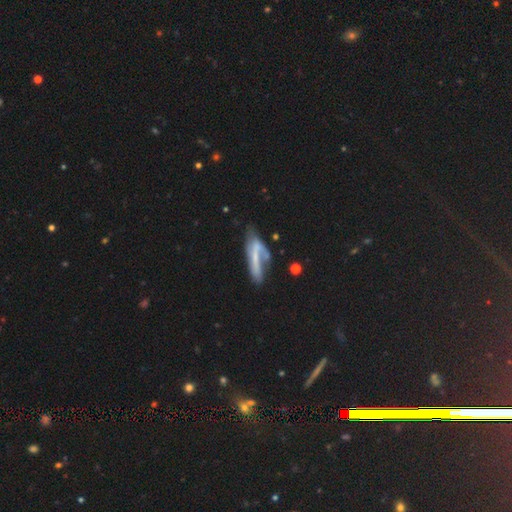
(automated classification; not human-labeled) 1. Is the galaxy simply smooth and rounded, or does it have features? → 54% featured or disk, 37% smooth, 9% star or artifact.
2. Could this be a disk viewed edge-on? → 68% no, 32% yes.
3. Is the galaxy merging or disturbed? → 33% none, 28% major disturbance, 25% minor disturbance, 14% merger.